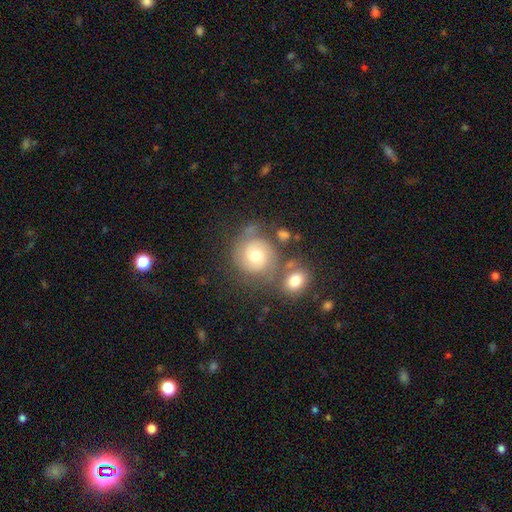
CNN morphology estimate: Smooth or featured: featured or disk — 64% (smooth — 27%)
Edge-on disk: no — 98% (yes — 2%)
Bar: no — 74% (weak — 22%)
Spiral arms: yes — 90% (no — 10%)
Spiral winding: tight — 52% (medium — 36%)
Spiral arm count: 2 — 75% (can't tell — 12%)
Bulge size: moderate — 71% (small — 17%)
Merging: none — 57% (minor disturbance — 17%)